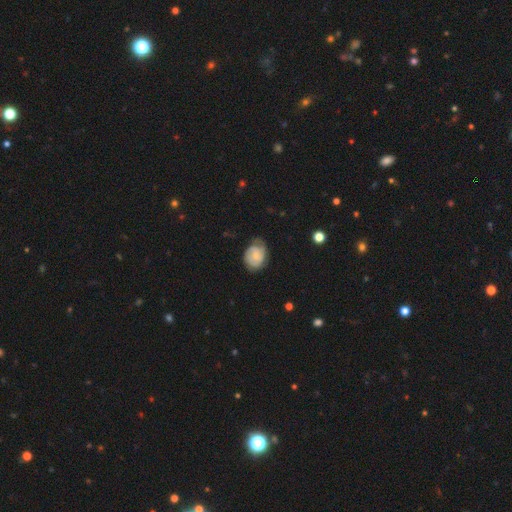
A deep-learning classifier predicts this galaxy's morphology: Smooth or featured: featured or disk — 54% (smooth — 39%)
Edge-on disk: no — 97% (yes — 3%)
Bar: no — 65% (weak — 31%)
Spiral arms: yes — 85% (no — 15%)
Bulge size: small — 60% (moderate — 25%)
Merging: none — 55% (minor disturbance — 31%)